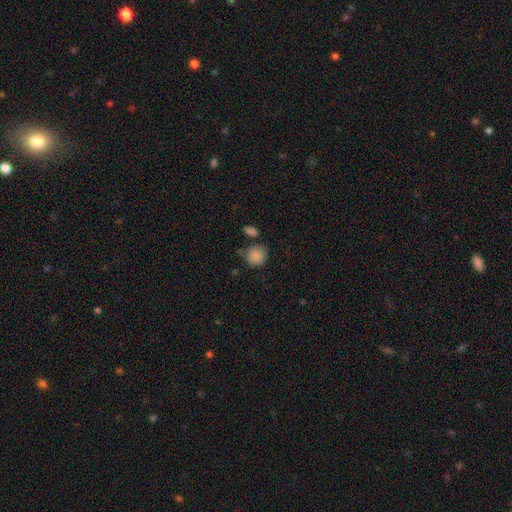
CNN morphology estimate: This appears to be a smooth galaxy with no disk features (86%) that is round (81%). Merging: none (65%).